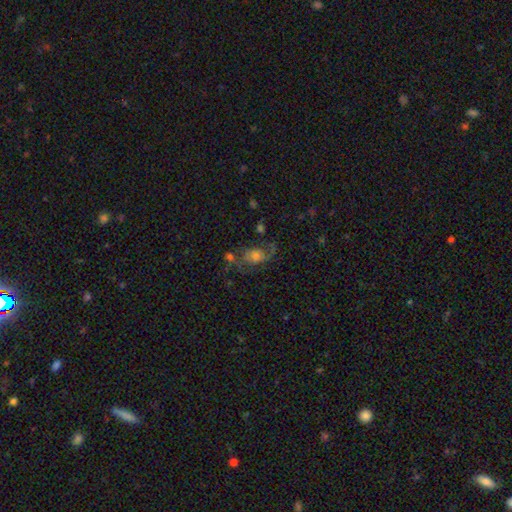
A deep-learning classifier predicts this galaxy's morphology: A featured or disk galaxy (66%) with no bar (69%), 2 (79%) loose (46%) spiral arms (88%) and a moderate central bulge (48%). Merging: none (52%).